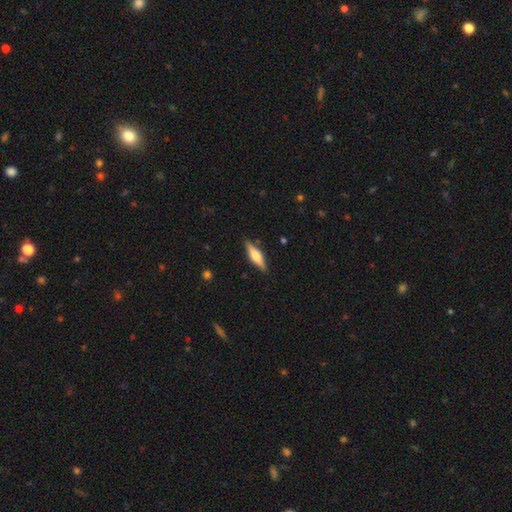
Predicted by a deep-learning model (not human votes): Smooth or featured: featured or disk — 52% (smooth — 42%)
Edge-on disk: yes — 95% (no — 5%)
Merging: none — 87% (minor disturbance — 10%)